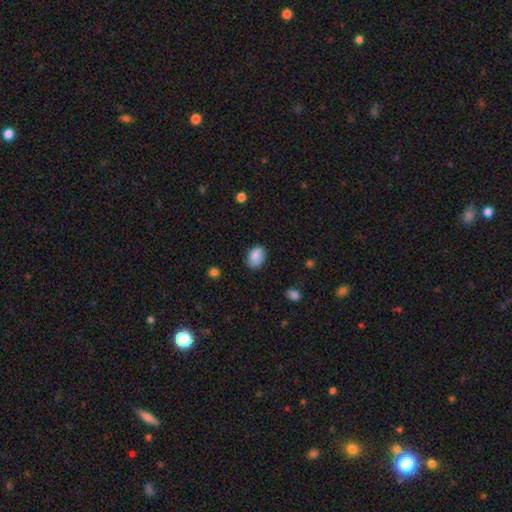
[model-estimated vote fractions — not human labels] smooth_or_featured: smooth (p=0.87) [alt: star or artifact p=0.08]
how_rounded: in between (p=0.77) [alt: round p=0.22]
merging: none (p=0.79) [alt: minor disturbance p=0.16]